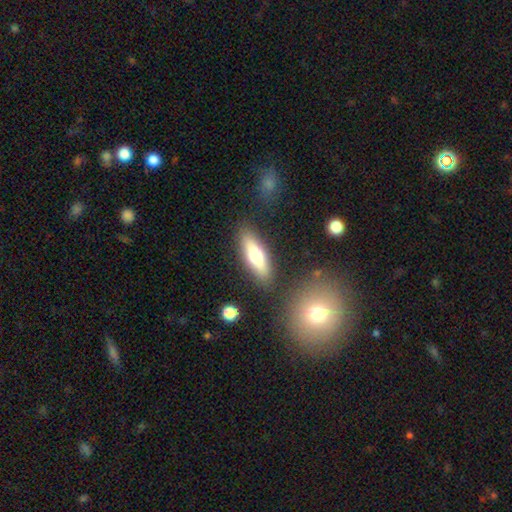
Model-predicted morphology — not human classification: Smooth or featured? smooth (60%)
How rounded? cigar-shaped (51%)
Merging? none (84%)